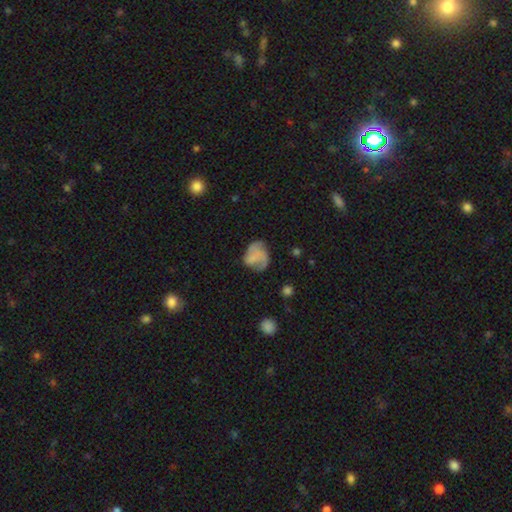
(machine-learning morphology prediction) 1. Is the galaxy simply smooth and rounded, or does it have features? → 53% featured or disk, 38% smooth, 9% star or artifact.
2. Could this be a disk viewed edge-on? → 98% no, 2% yes.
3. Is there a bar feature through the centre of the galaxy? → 72% no, 23% weak, 5% strong.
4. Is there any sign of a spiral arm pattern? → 83% yes, 17% no.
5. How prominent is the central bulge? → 56% none, 28% small, 11% moderate, 3% large, 1% dominant.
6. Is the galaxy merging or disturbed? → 53% none, 26% minor disturbance, 18% major disturbance, 2% merger.